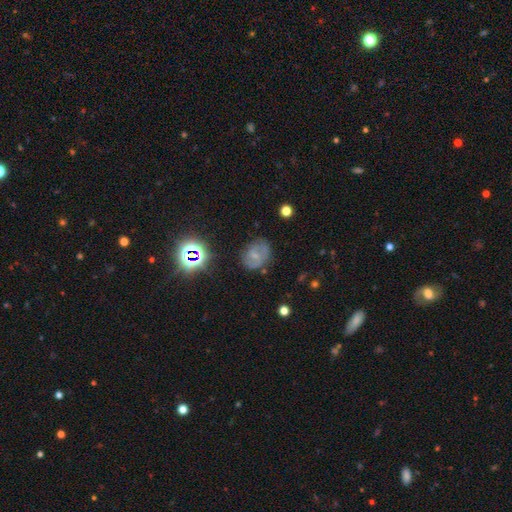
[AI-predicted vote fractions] smooth_or_featured: featured or disk (p=0.52) [alt: smooth p=0.32]
disk_edge_on: no (p=0.96) [alt: yes p=0.04]
bar: weak (p=0.46) [alt: no p=0.35]
has_spiral_arms: yes (p=0.72) [alt: no p=0.28]
bulge_size: small (p=0.58) [alt: moderate p=0.24]
merging: none (p=0.70) [alt: minor disturbance p=0.20]